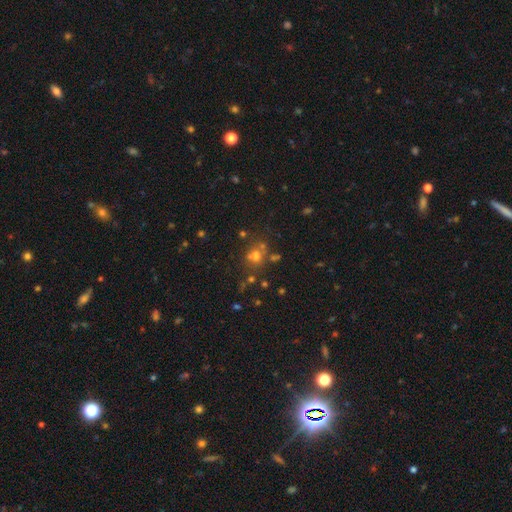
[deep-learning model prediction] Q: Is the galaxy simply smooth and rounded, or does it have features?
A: smooth — 52%.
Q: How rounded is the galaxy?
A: round — 78%.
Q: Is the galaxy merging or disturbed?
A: none — 57%.